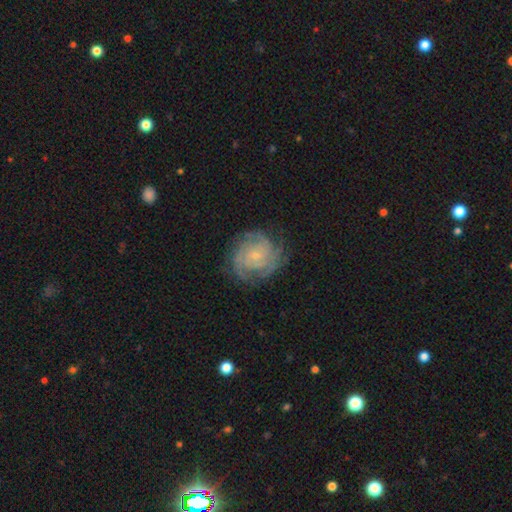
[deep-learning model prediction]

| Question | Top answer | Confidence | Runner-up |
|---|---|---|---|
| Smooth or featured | featured or disk | 84% | smooth (10%) |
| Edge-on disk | no | 98% | yes (2%) |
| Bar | no | 69% | weak (26%) |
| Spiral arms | yes | 97% | no (3%) |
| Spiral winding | tight | 75% | medium (22%) |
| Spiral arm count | can't tell | 28% | 3 (22%) |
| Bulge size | small | 75% | moderate (17%) |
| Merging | none | 77% | minor disturbance (16%) |